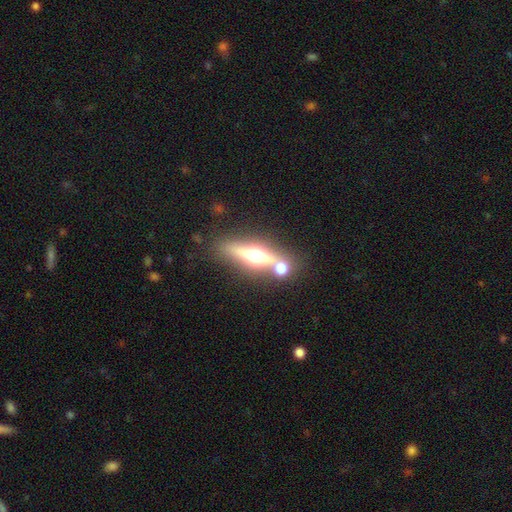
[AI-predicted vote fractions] A featured or disk galaxy (65%) viewed edge-on (91%) with a rounded central bulge (95%). Merging: none (68%).